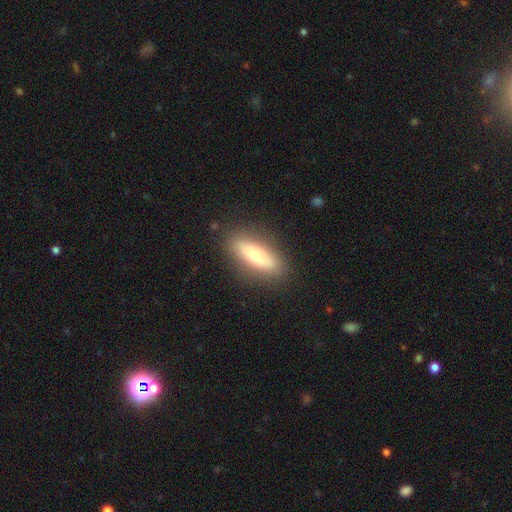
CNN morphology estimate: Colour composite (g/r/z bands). It shows a smooth galaxy with no disk features (59%) that is in between round and cigar-shaped (60%). Merging: none (86%).